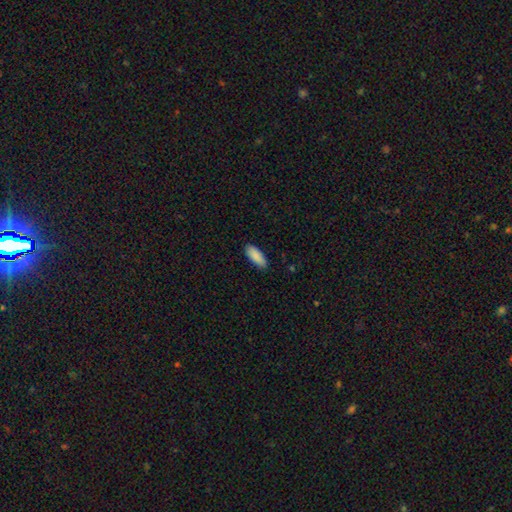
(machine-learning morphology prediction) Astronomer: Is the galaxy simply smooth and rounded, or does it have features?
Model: smooth — 90%.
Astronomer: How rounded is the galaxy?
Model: in between — 76%.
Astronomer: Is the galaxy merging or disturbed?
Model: none — 85%.